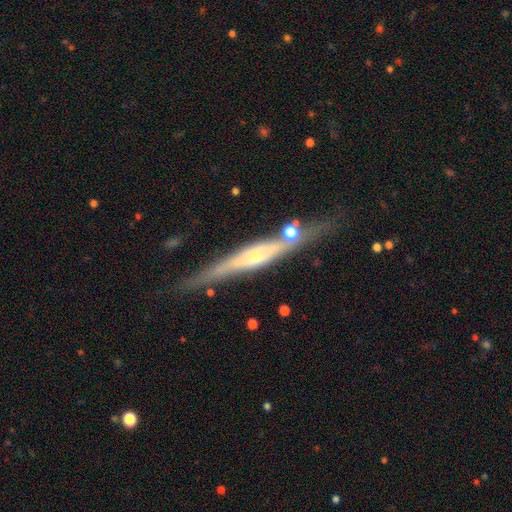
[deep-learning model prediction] Overall: featured or disk (76%). Edge-on disk: yes (93%). Edge-on bulge: rounded (65%). Merging: none (73%).